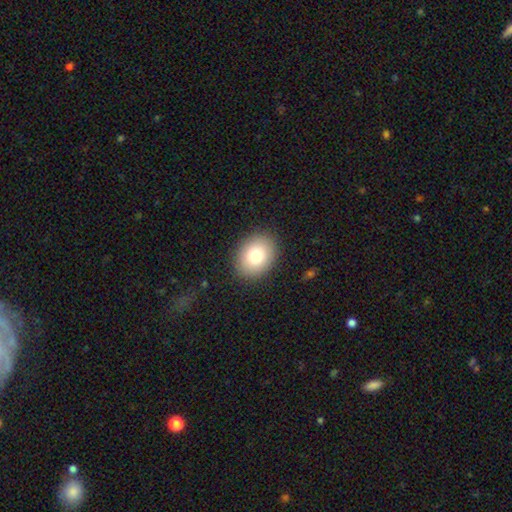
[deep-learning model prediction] Q: Smooth or featured?
A: smooth (79%); runner-up: featured or disk (12%)
Q: How rounded?
A: in between (59%); runner-up: round (41%)
Q: Merging?
A: none (89%); runner-up: minor disturbance (7%)